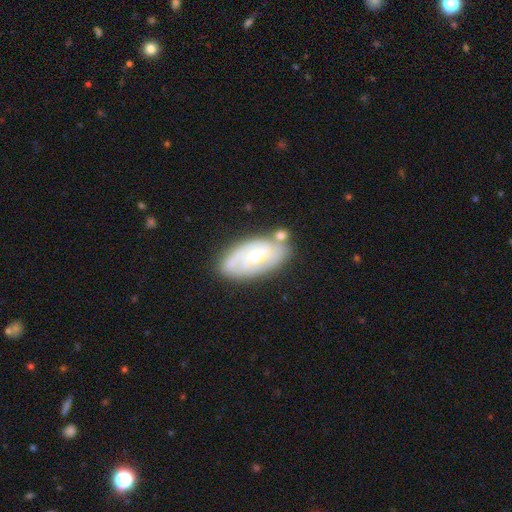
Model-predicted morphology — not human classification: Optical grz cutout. It shows a featured or disk galaxy (66%) with no bar (49%), spiral arms (79%) and a moderate central bulge (52%). Merging: none (64%).